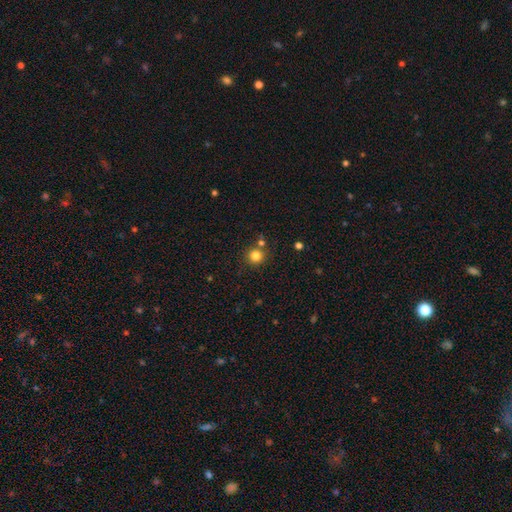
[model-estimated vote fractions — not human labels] smooth-or-featured: smooth: 82% | star or artifact: 13% | featured or disk: 5%
  how-rounded: round: 93% | in between: 6% | cigar-shaped: 1%
  merging: none: 78% | merger: 12% | minor disturbance: 8% | major disturbance: 3%